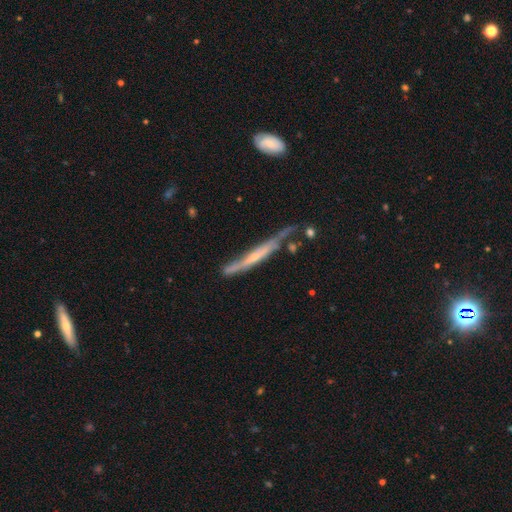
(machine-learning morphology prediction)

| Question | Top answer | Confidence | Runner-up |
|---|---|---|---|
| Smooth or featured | featured or disk | 67% | smooth (26%) |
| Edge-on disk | yes | 81% | no (19%) |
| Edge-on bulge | none | 53% | rounded (37%) |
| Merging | none | 44% | minor disturbance (31%) |